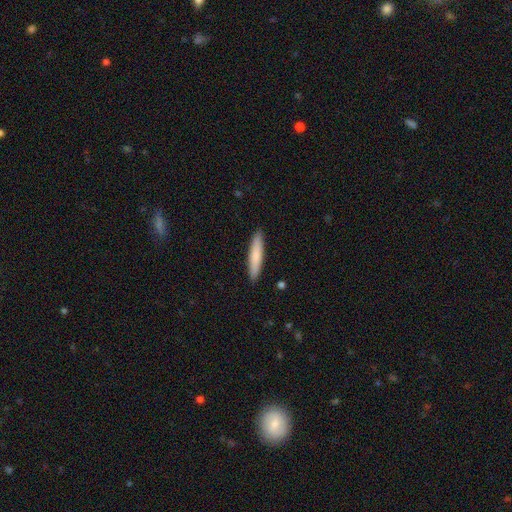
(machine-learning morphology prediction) smooth-or-featured: smooth: 79% | featured or disk: 16% | star or artifact: 5%
  how-rounded: cigar-shaped: 90% | in between: 9% | round: 1%
  merging: none: 91% | minor disturbance: 6% | major disturbance: 1% | merger: 1%